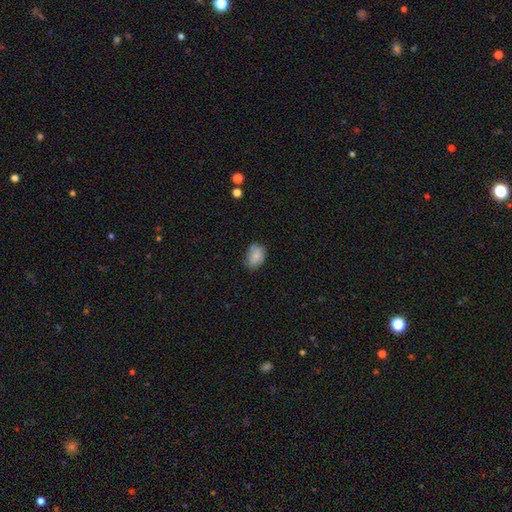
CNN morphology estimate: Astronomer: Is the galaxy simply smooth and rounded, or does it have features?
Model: smooth — 84%.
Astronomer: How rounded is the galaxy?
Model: in between — 78%.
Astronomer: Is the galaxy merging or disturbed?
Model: none — 63%.